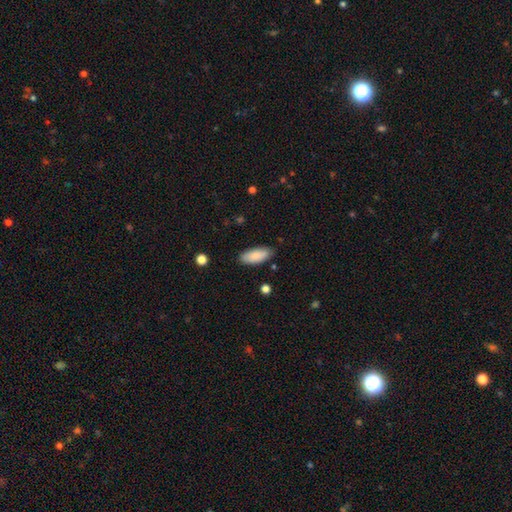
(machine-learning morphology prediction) Overall: smooth (86%). How rounded: in between (83%). Merging: none (85%).